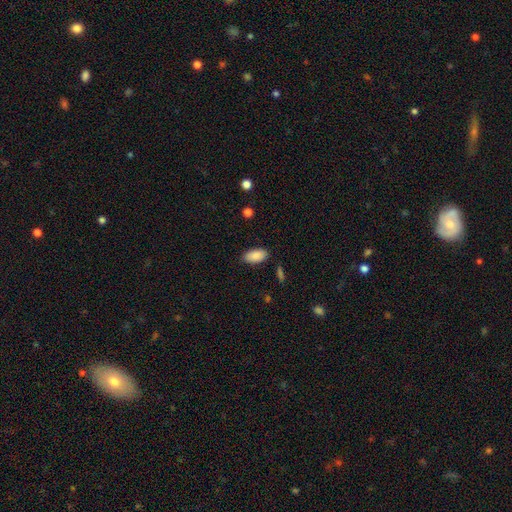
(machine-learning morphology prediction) smooth 87%, star or artifact 7%, featured or disk 6%. Down the decision tree: how rounded — in between (94%); merging — none (86%).